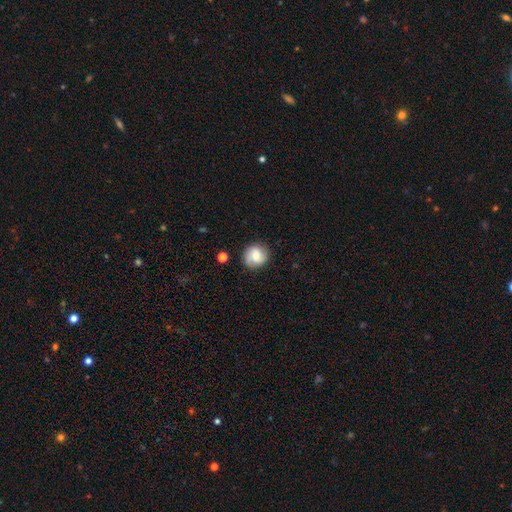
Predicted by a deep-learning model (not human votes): The model was most divided on "smooth or featured": smooth: 55%, featured or disk: 36%, star or artifact: 9%. More confident: how rounded — round (87%); merging — none (83%).